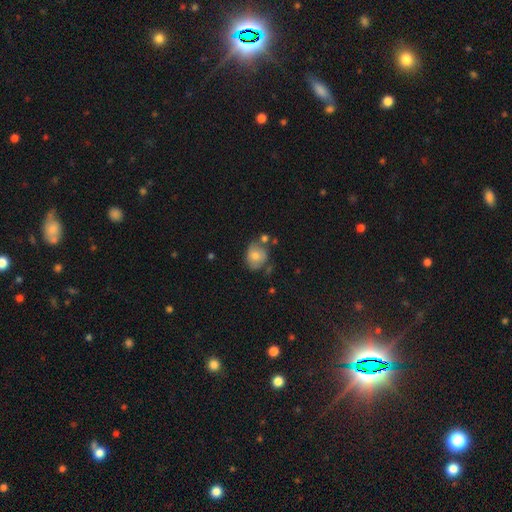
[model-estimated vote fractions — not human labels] Smooth or featured? smooth (66%)
How rounded? round (62%)
Merging? none (51%)